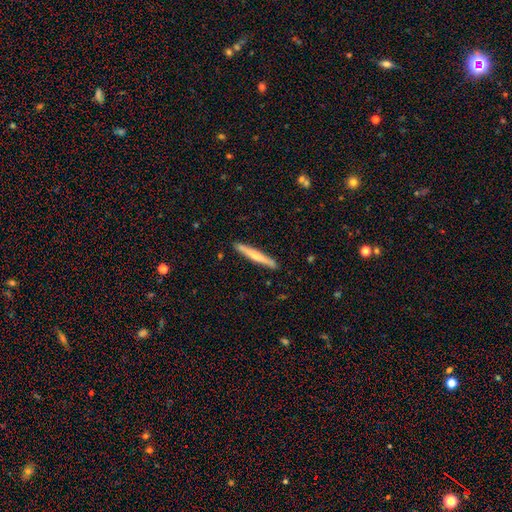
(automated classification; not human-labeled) Q: Smooth or featured?
A: smooth (53%); runner-up: featured or disk (42%)
Q: How rounded?
A: cigar-shaped (96%); runner-up: in between (3%)
Q: Merging?
A: none (89%); runner-up: minor disturbance (8%)